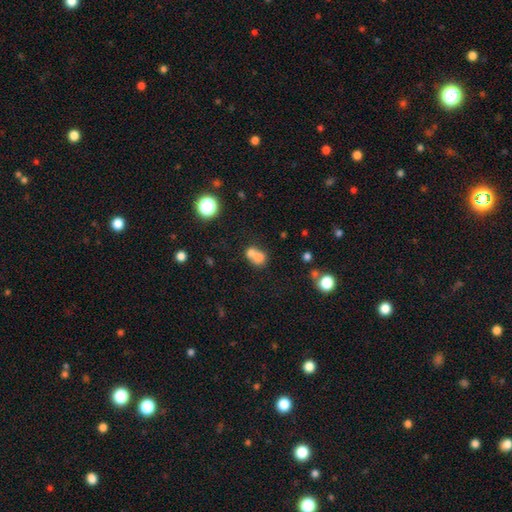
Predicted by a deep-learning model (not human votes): Morphology: type=smooth (71%); roundness=round (70%); merging=merger (65%).